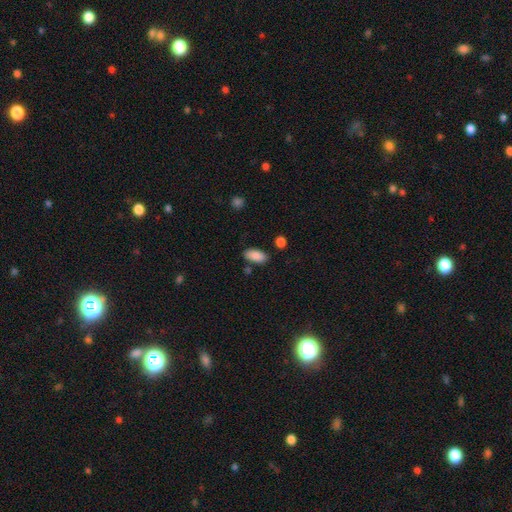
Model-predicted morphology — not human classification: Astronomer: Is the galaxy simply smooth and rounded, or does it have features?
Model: smooth — 88%.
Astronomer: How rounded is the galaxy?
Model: in between — 92%.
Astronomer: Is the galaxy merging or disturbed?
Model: none — 80%.